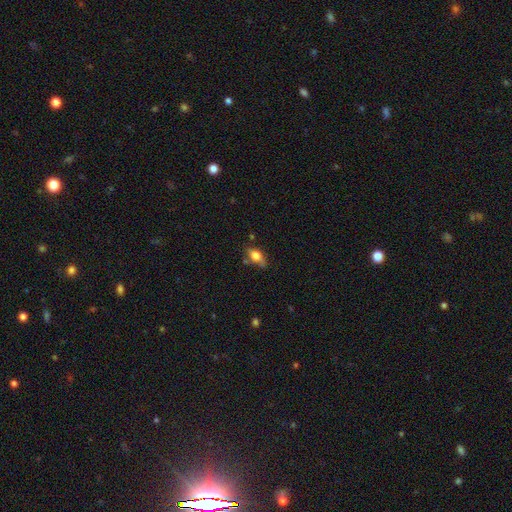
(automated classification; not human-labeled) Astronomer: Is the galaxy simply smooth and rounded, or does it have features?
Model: smooth — 74%.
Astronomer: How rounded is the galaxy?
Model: in between — 83%.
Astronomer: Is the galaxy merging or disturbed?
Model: none — 59%.